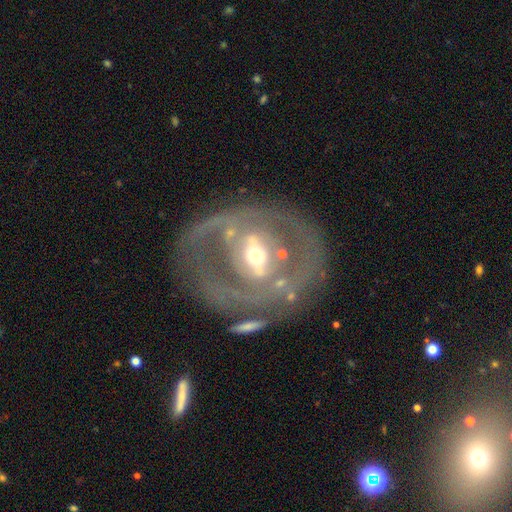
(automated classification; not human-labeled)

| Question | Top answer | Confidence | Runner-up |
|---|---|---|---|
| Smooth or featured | featured or disk | 79% | smooth (15%) |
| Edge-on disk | no | 93% | yes (7%) |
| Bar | strong | 49% | weak (31%) |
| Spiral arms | no | 53% | yes (47%) |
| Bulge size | moderate | 59% | small (32%) |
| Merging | none | 65% | minor disturbance (15%) |